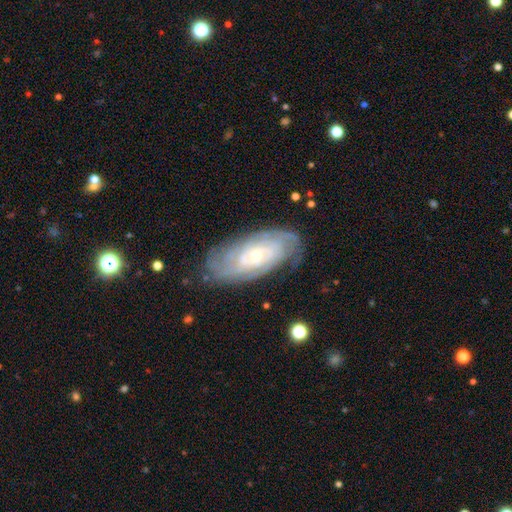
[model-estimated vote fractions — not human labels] Smooth or featured? featured or disk (83%)
Edge-on disk? no (93%)
Bar? no (60%)
Spiral arms? yes (95%)
Spiral winding? tight (73%)
Spiral arm count? can't tell (40%)
Bulge size? small (53%)
Merging? none (76%)